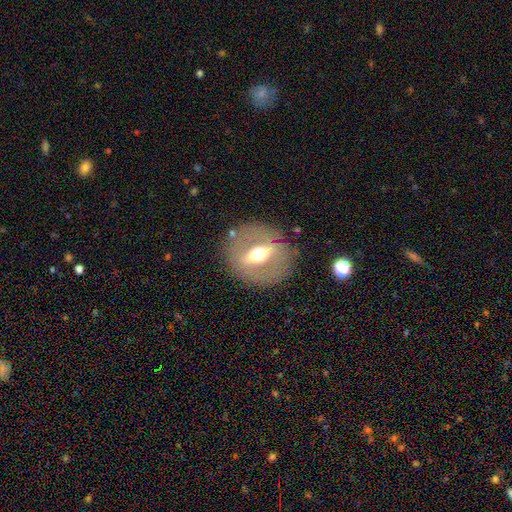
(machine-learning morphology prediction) Smooth or featured? Predicted: featured or disk (p=0.68). Edge-on disk? Predicted: no (p=0.65). Merging? Predicted: none (p=0.82).